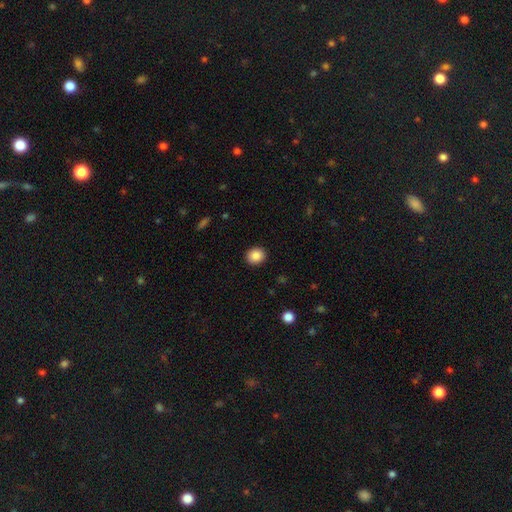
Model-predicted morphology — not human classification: smooth-or-featured: smooth: 87% | star or artifact: 9% | featured or disk: 4%
  how-rounded: round: 80% | in between: 20% | cigar-shaped: 1%
  merging: none: 91% | minor disturbance: 6% | major disturbance: 2% | merger: 1%